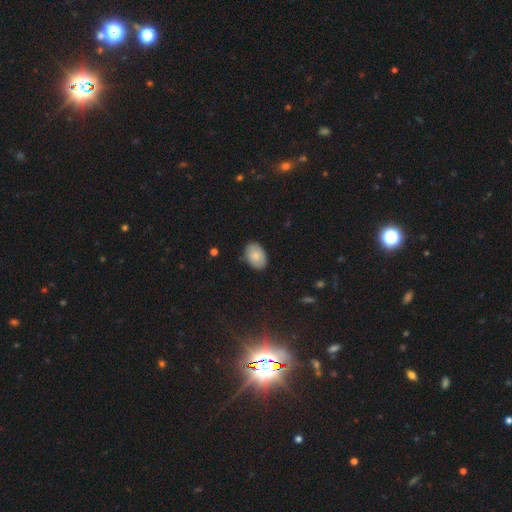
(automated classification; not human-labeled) This appears to be a smooth galaxy with no disk features (82%) that is in between round and cigar-shaped (86%). Merging: none (80%).